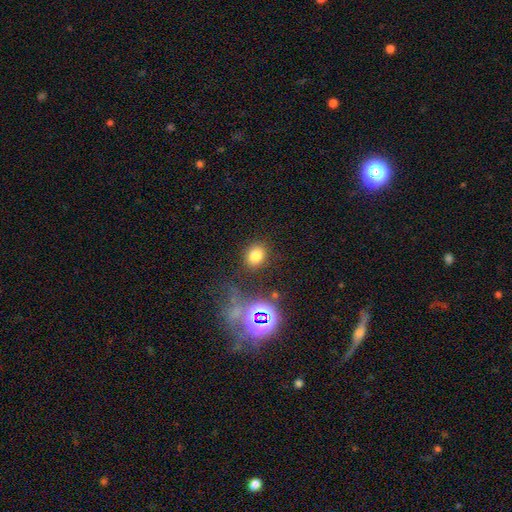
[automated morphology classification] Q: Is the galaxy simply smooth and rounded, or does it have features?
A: smooth — 75%.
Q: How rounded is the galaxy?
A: round — 55%.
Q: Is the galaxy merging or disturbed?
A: none — 83%.